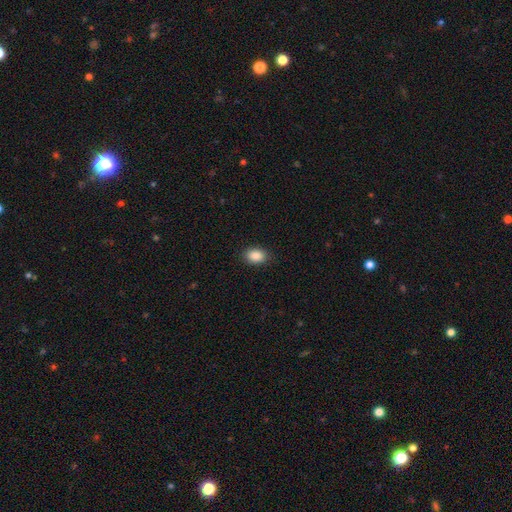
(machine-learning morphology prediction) Smooth or featured? smooth (89%)
How rounded? in between (82%)
Merging? none (88%)